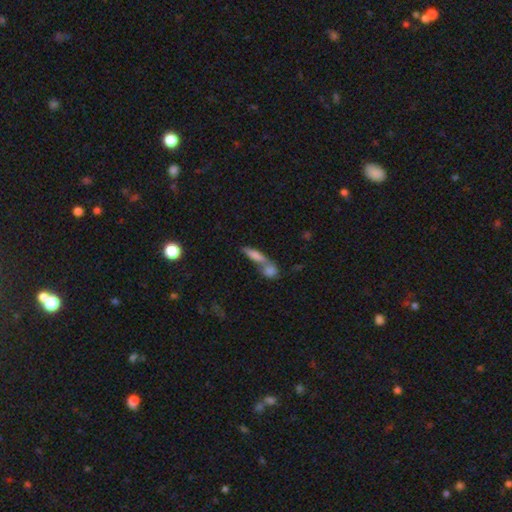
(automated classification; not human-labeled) A smooth galaxy with no disk features (69%) that is cigar-shaped (60%). Merging: merger (58%).